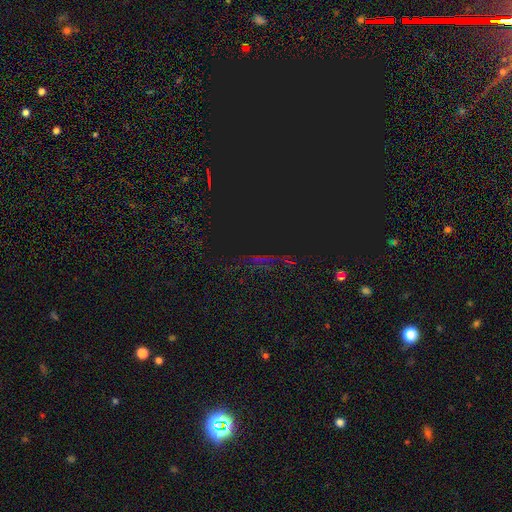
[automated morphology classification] A star or artifact, not a galaxy (82%).